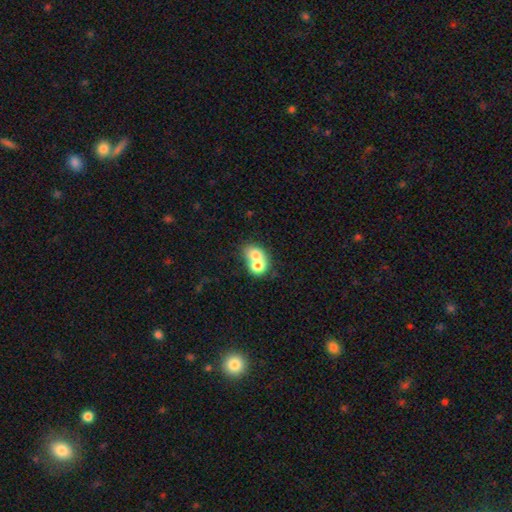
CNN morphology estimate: Smooth or featured? smooth (70%)
How rounded? round (52%)
Merging? merger (71%)